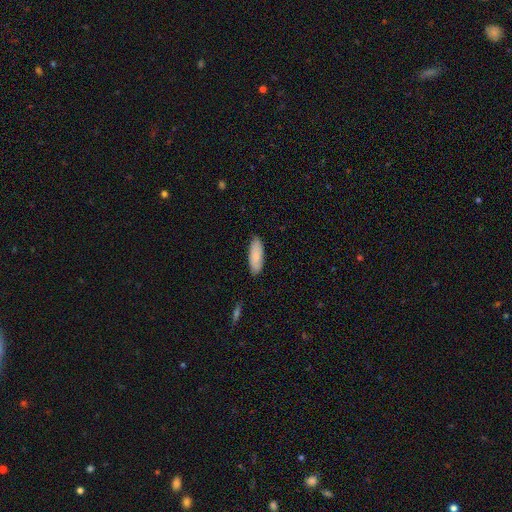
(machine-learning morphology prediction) type=smooth (85%); roundness=in between (68%); merging=none (87%).